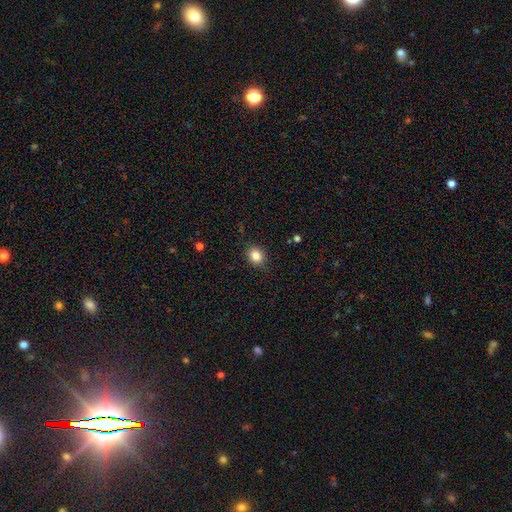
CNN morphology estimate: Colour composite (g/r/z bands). It shows a smooth galaxy with no disk features (85%) that is round (68%). Merging: none (88%).